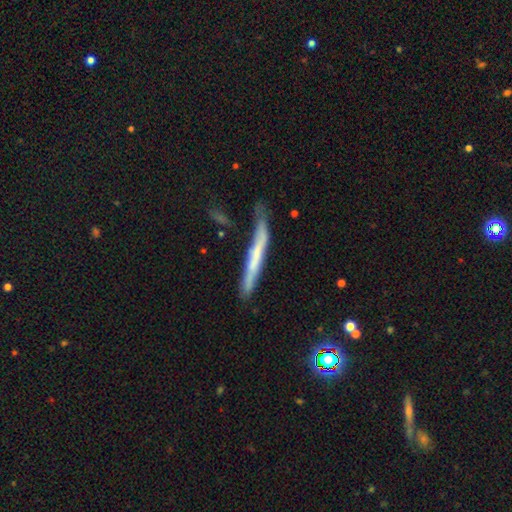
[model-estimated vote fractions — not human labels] This appears to be a featured or disk galaxy (49%). Merging: none (59%).